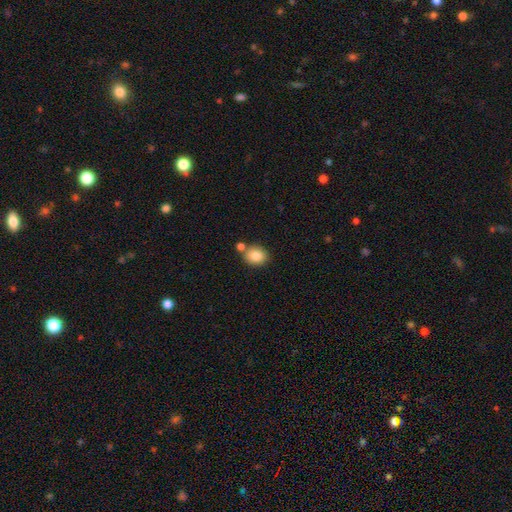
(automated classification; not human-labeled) smooth_or_featured: smooth (p=0.84) [alt: star or artifact p=0.09]
how_rounded: round (p=0.62) [alt: in between p=0.37]
merging: none (p=0.70) [alt: merger p=0.17]